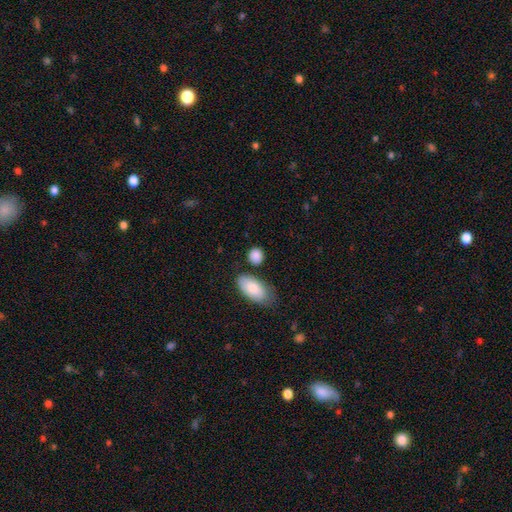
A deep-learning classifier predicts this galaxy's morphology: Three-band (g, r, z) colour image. It shows a smooth galaxy with no disk features (87%) that is round (61%). Merging: none (75%).